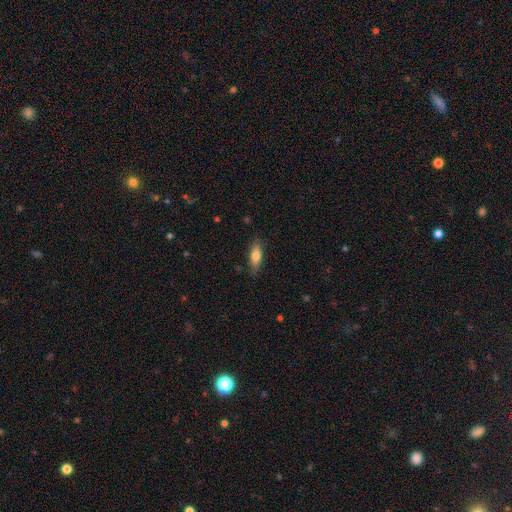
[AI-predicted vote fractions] Q: Smooth or featured?
A: smooth (75%); runner-up: featured or disk (19%)
Q: How rounded?
A: in between (59%); runner-up: cigar-shaped (38%)
Q: Merging?
A: none (83%); runner-up: minor disturbance (13%)